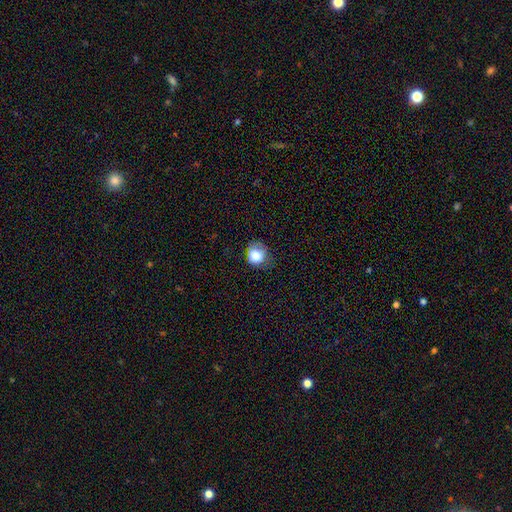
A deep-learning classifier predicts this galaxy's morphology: This is clearly a smooth galaxy (83%). How rounded: likely round (76%). Merging: possibly none (48%).